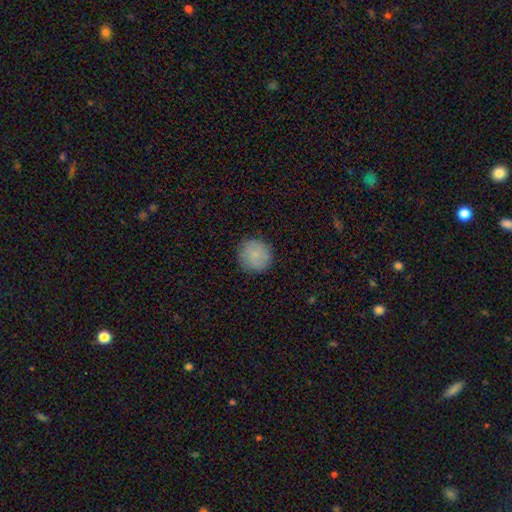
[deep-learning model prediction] Smooth or featured?
  - smooth: 84% *
  - featured or disk: 8%
  - star or artifact: 8%
How rounded?
  - round: 93% *
  - in between: 6%
  - cigar-shaped: 1%
Merging?
  - none: 87% *
  - minor disturbance: 9%
  - major disturbance: 2%
  - merger: 1%